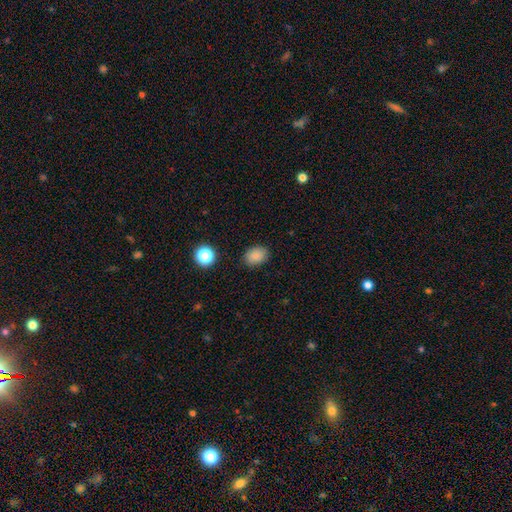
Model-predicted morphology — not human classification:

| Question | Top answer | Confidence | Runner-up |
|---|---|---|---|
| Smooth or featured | smooth | 86% | star or artifact (11%) |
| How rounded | in between | 68% | round (31%) |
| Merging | none | 85% | minor disturbance (11%) |